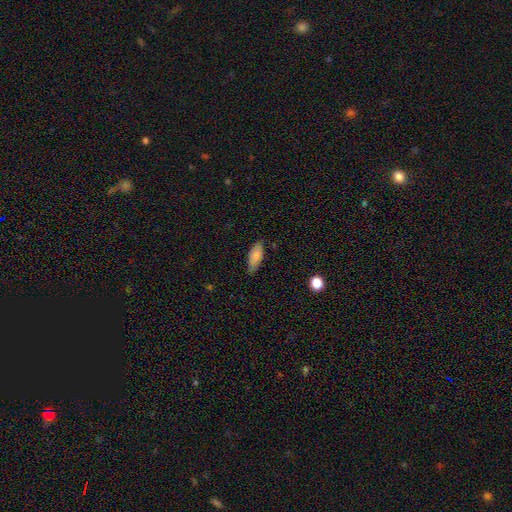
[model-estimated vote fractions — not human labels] Overall: smooth (82%). How rounded: in between (78%). Merging: none (78%).